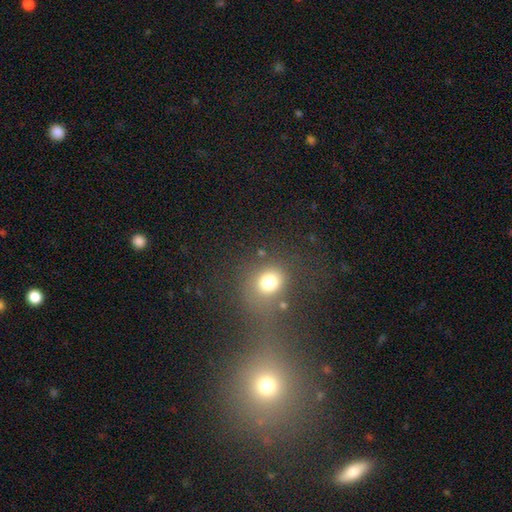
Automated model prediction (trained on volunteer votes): Overall: smooth (50%; star or artifact 40%). How rounded: round (87%). Merging: none (48%; merger 40%).